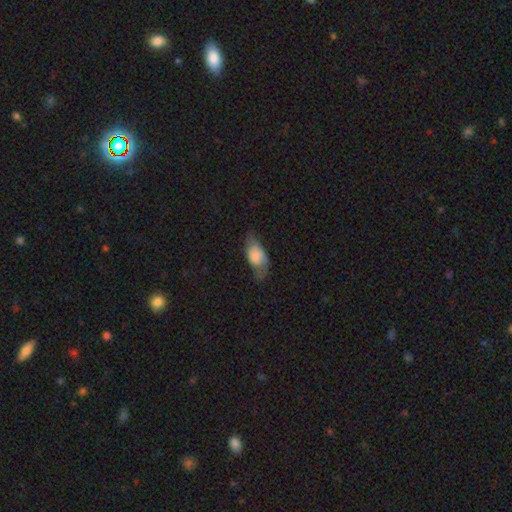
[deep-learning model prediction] smooth_or_featured: smooth (p=0.67) [alt: featured or disk p=0.25]
how_rounded: in between (p=0.90) [alt: cigar-shaped p=0.05]
merging: none (p=0.50) [alt: minor disturbance p=0.33]